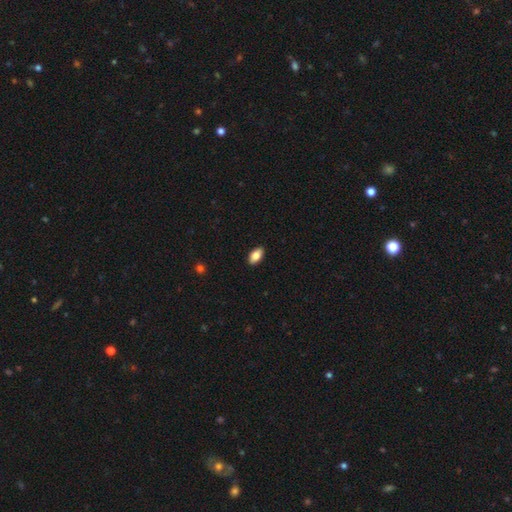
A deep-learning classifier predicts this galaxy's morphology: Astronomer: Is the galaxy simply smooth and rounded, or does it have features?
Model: smooth — 83%.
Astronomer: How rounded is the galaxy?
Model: in between — 93%.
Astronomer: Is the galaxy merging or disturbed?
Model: none — 89%.